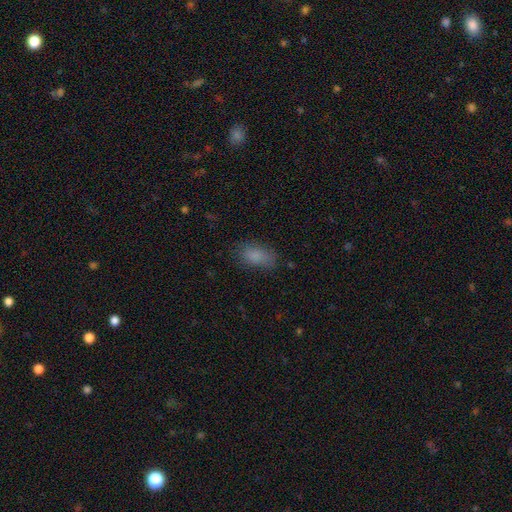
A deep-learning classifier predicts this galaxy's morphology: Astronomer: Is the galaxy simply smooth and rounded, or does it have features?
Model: smooth — 84%.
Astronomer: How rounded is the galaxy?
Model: in between — 90%.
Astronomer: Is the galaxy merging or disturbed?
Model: none — 73%.